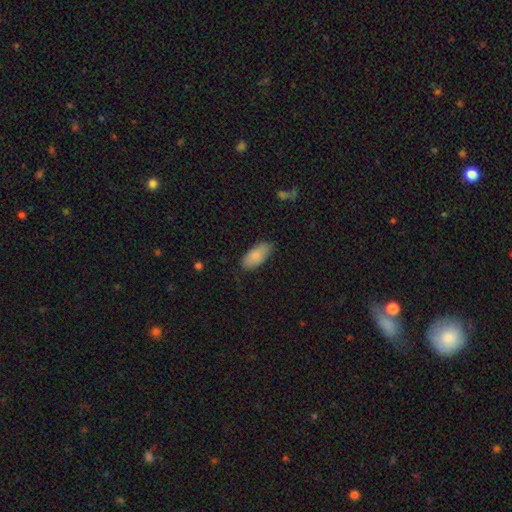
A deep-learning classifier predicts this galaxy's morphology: A smooth galaxy with no disk features (83%) that is in between round and cigar-shaped (90%).

Vote fractions:
- Smooth or featured? smooth: 83% / featured or disk: 11% / star or artifact: 6%
- How rounded? in between: 90% / cigar-shaped: 8% / round: 2%
- Merging? none: 81% / minor disturbance: 16% / major disturbance: 3% / merger: 1%